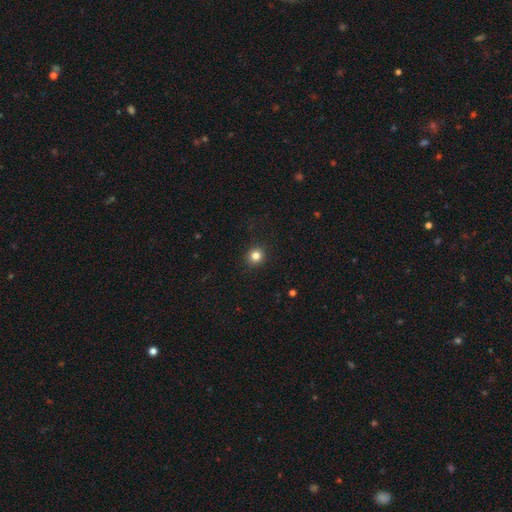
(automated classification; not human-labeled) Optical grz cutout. It shows a smooth galaxy with no disk features (82%) that is round (90%). Merging: none (92%).